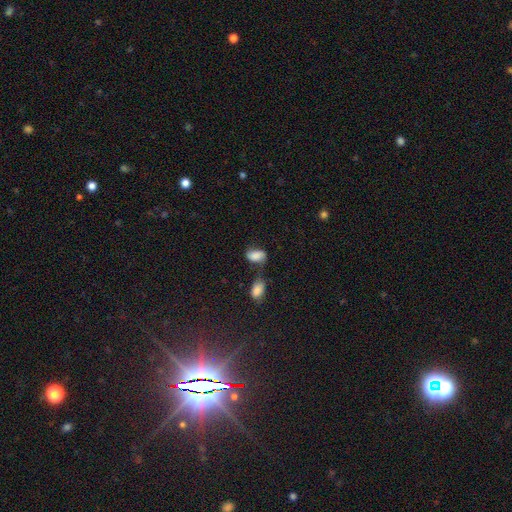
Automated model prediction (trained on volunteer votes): Smooth or featured? smooth (73%)
How rounded? in between (90%)
Merging? none (35%)